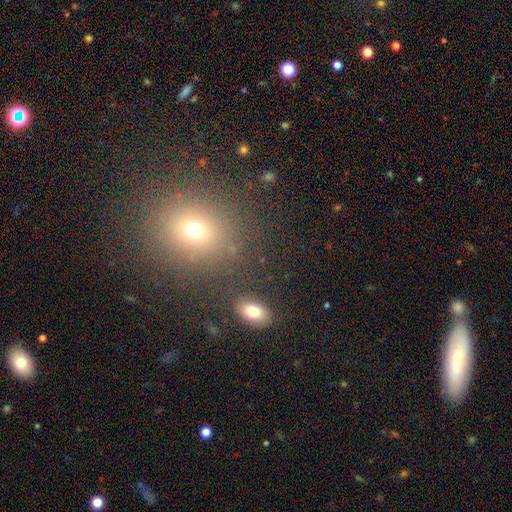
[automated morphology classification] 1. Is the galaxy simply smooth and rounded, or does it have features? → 57% smooth, 32% star or artifact, 11% featured or disk.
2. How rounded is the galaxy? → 72% round, 25% in between, 2% cigar-shaped.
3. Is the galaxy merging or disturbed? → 86% none, 7% minor disturbance, 4% merger, 3% major disturbance.